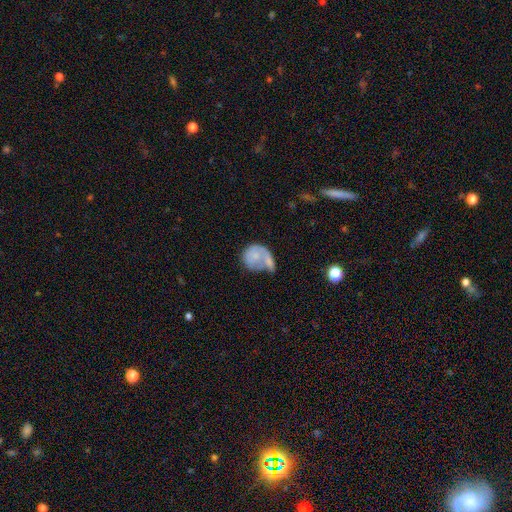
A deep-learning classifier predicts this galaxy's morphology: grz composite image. It shows a smooth galaxy with no disk features (61%) that is round (75%). Merging: none (31%).